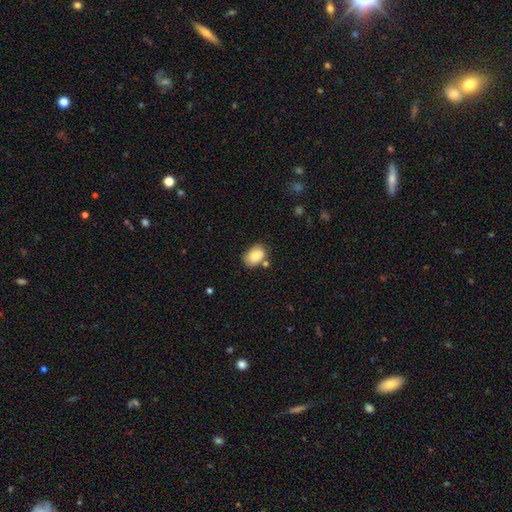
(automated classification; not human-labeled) Smooth or featured? Predicted: smooth (p=0.83). How rounded? Predicted: in between (p=0.75). Merging? Predicted: none (p=0.68).